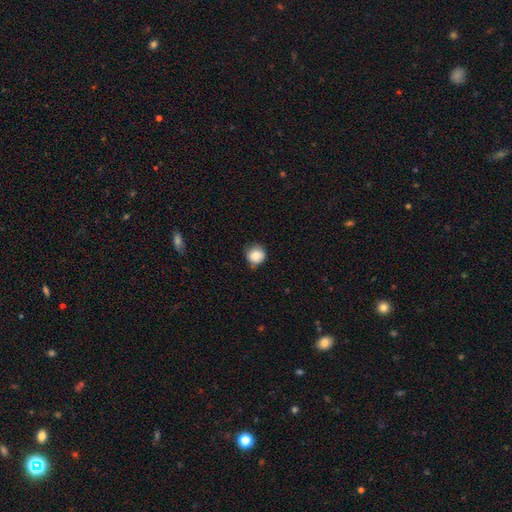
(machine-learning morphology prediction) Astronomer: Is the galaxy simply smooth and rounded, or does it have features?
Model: smooth — 85%.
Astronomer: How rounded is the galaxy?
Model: round — 90%.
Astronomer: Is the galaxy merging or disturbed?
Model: none — 72%.